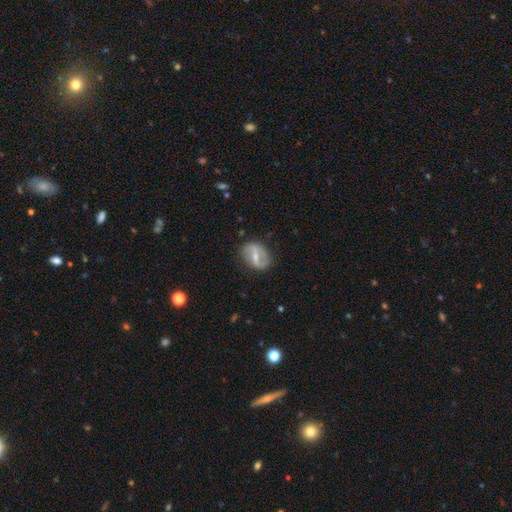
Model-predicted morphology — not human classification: smooth_or_featured: featured or disk (p=0.66) [alt: smooth p=0.28]
disk_edge_on: no (p=0.94) [alt: yes p=0.06]
bar: strong (p=0.57) [alt: weak p=0.33]
has_spiral_arms: yes (p=0.55) [alt: no p=0.45]
bulge_size: moderate (p=0.45) [alt: small p=0.44]
merging: none (p=0.75) [alt: minor disturbance p=0.17]